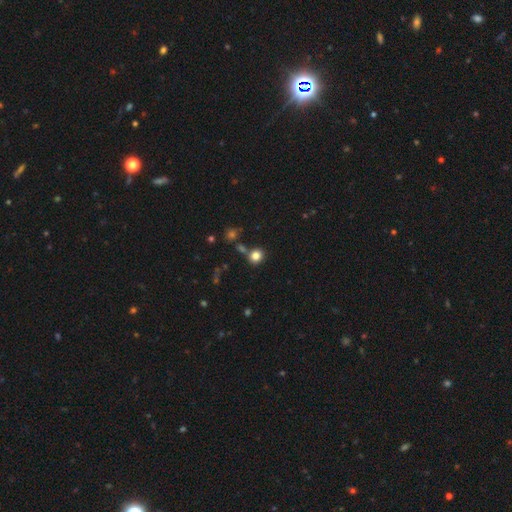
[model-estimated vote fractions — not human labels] Smooth or featured? smooth (82%)
How rounded? round (80%)
Merging? none (77%)